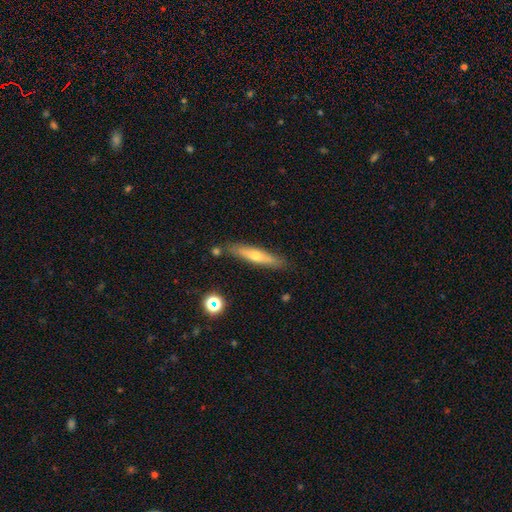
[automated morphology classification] This appears to be a featured or disk galaxy (51%) viewed edge-on (87%). Merging: none (84%).